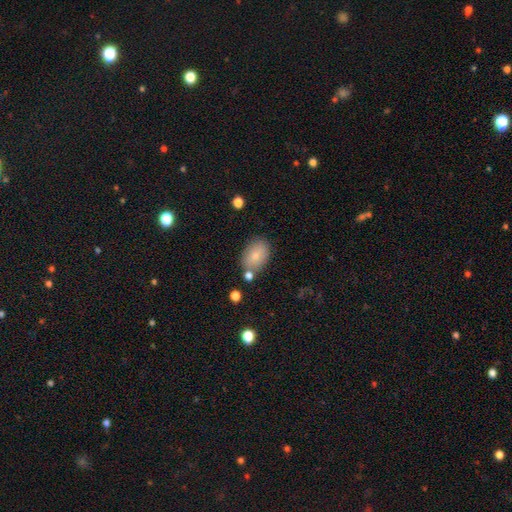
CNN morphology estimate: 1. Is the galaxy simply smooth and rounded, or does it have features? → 77% smooth, 15% featured or disk, 8% star or artifact.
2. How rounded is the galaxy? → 84% in between, 15% round, 1% cigar-shaped.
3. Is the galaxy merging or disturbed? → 72% none, 15% minor disturbance, 8% merger, 4% major disturbance.